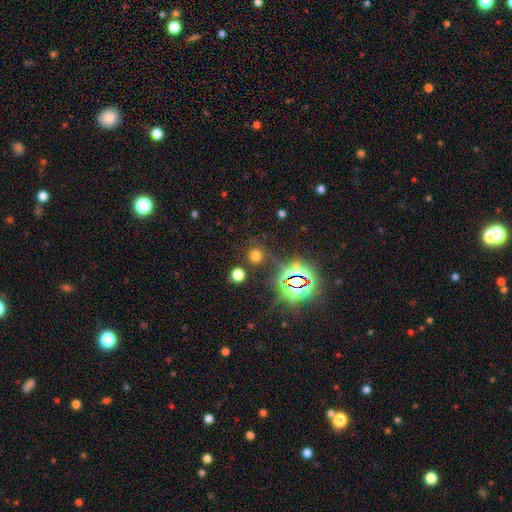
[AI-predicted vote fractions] A smooth galaxy with no disk features (60%) that is round (90%). Merging: none (81%).